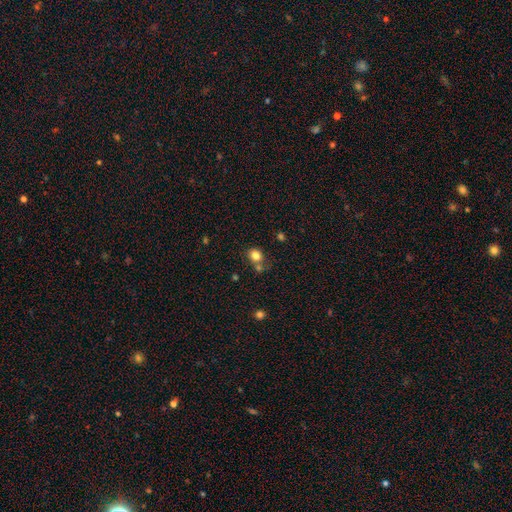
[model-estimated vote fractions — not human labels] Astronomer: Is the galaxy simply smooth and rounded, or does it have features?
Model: smooth — 81%.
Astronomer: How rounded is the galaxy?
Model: round — 62% (runner-up: in between, 38%).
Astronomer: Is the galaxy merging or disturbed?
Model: none — 59%.